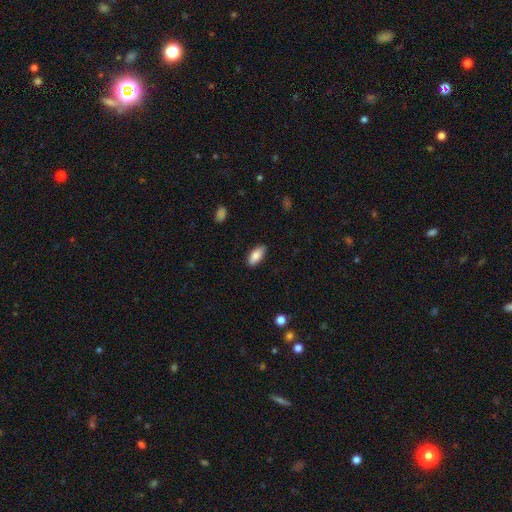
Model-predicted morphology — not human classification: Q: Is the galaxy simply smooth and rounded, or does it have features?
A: smooth — 85%.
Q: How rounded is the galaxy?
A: in between — 86%.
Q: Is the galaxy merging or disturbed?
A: none — 86%.